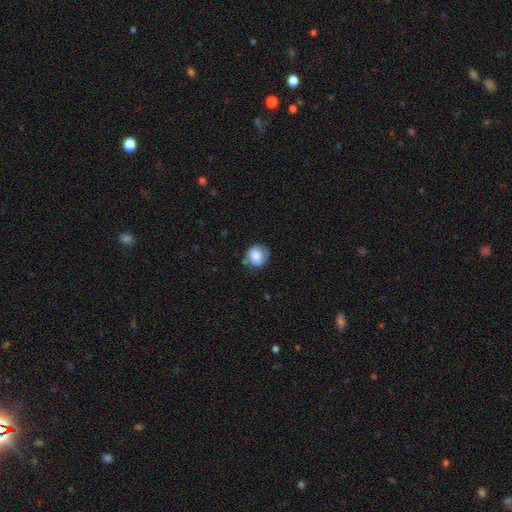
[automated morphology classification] Overall: smooth (66%; featured or disk 27%). How rounded: round (74%). Merging: none (64%; minor disturbance 24%).